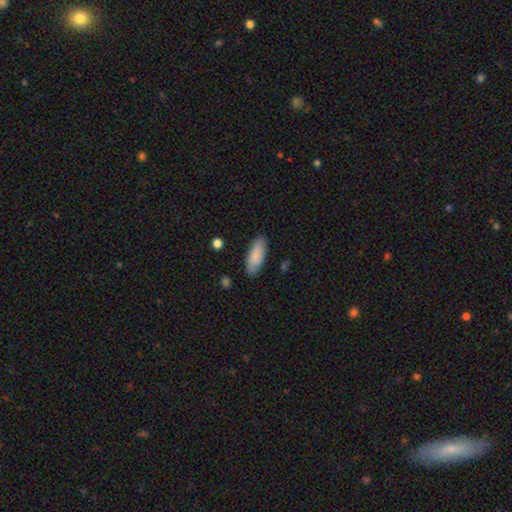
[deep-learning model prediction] Overall: smooth (83%). How rounded: in between (78%). Merging: none (83%).